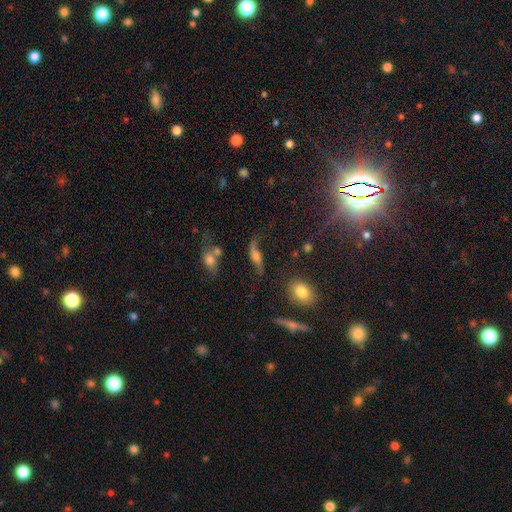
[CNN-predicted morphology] Smooth or featured? featured or disk (64%)
Edge-on disk? no (78%)
Bar? no (58%)
Spiral arms? yes (88%)
Bulge size? moderate (30%)
Merging? none (55%)